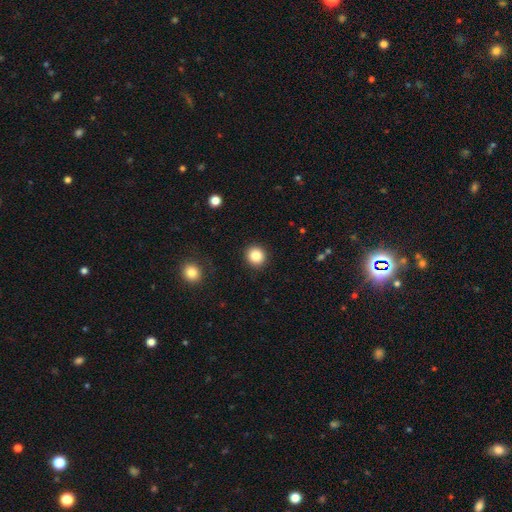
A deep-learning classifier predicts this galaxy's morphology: A smooth galaxy with no disk features (85%) that is round (87%).

Vote fractions:
- Smooth or featured? smooth: 85% / star or artifact: 10% / featured or disk: 5%
- How rounded? round: 87% / in between: 12% / cigar-shaped: 1%
- Merging? none: 91% / minor disturbance: 6% / major disturbance: 2% / merger: 1%